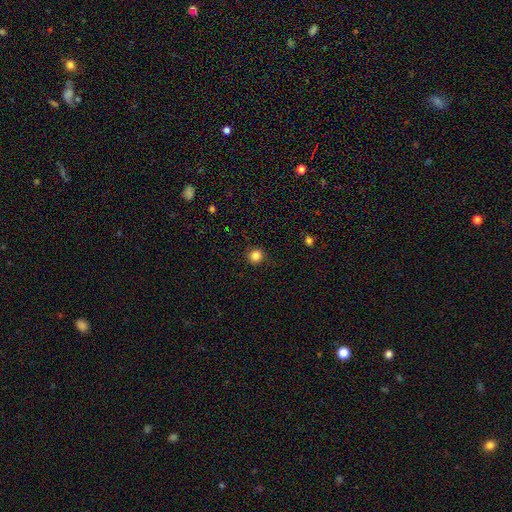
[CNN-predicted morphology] smooth-or-featured: smooth: 84% | star or artifact: 12% | featured or disk: 4%
  how-rounded: round: 91% | in between: 8% | cigar-shaped: 1%
  merging: none: 88% | minor disturbance: 8% | major disturbance: 2% | merger: 1%